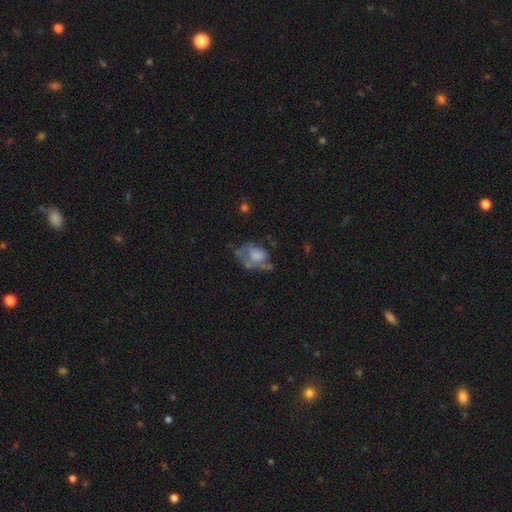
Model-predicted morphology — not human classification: Smooth or featured: smooth — 51% (featured or disk — 39%)
How rounded: in between — 78% (round — 21%)
Merging: major disturbance — 35% (none — 28%)